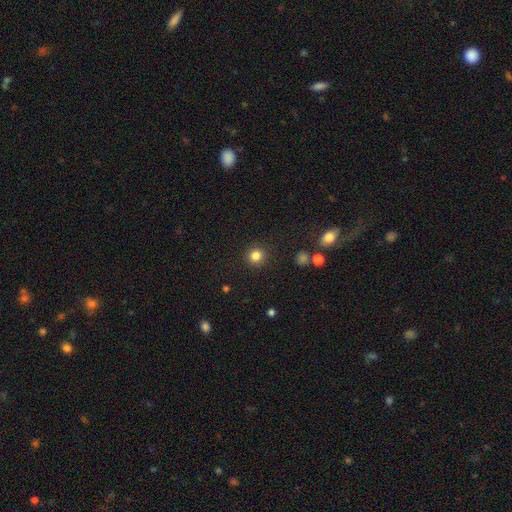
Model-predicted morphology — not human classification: This is clearly a smooth galaxy (84%). How rounded: clearly round (93%). Merging: clearly none (91%).